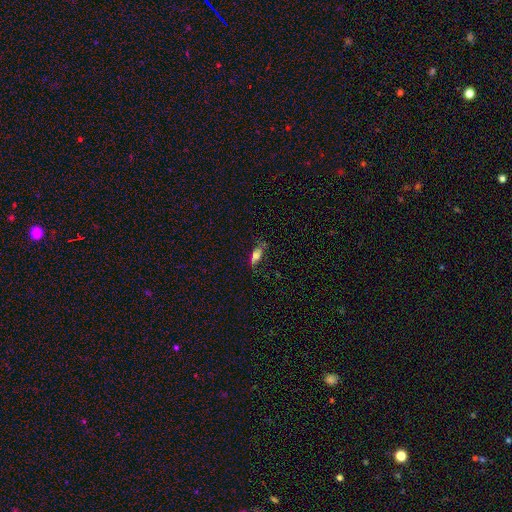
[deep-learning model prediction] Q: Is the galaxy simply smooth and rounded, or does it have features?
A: smooth — 69%.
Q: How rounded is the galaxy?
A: in between — 75%.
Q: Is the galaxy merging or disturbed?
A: none — 57%.